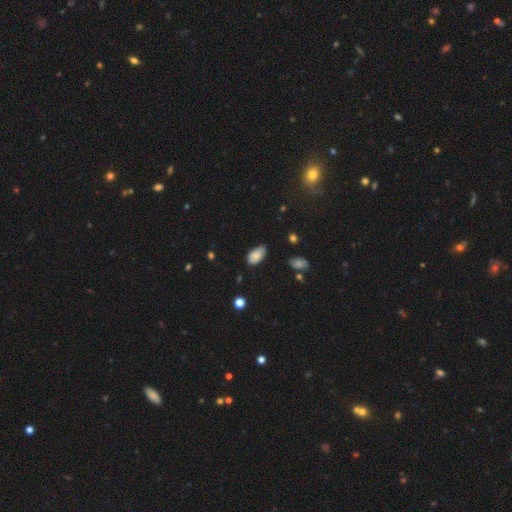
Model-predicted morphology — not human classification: A smooth galaxy with no disk features (81%) that is in between round and cigar-shaped (94%). Merging: none (61%).